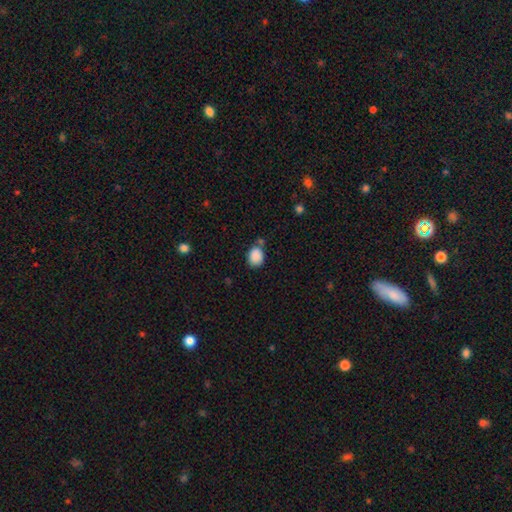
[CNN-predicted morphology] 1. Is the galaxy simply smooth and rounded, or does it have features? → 88% smooth, 8% star or artifact, 4% featured or disk.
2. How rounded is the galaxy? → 52% in between, 47% round, 1% cigar-shaped.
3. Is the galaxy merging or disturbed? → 66% none, 17% minor disturbance, 12% merger, 5% major disturbance.